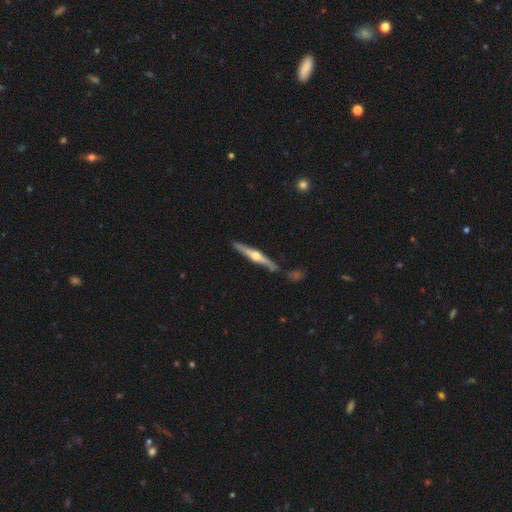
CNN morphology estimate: This is likely a featured or disk galaxy (73%). It is clearly viewed edge-on (97%). Edge-on bulge: clearly rounded (93%). Merging: clearly none (82%).